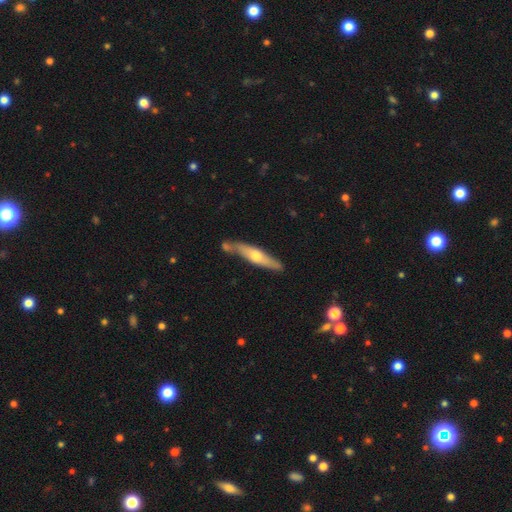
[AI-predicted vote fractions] This appears to be a featured or disk galaxy (57%) viewed edge-on (87%). Merging: none (71%).